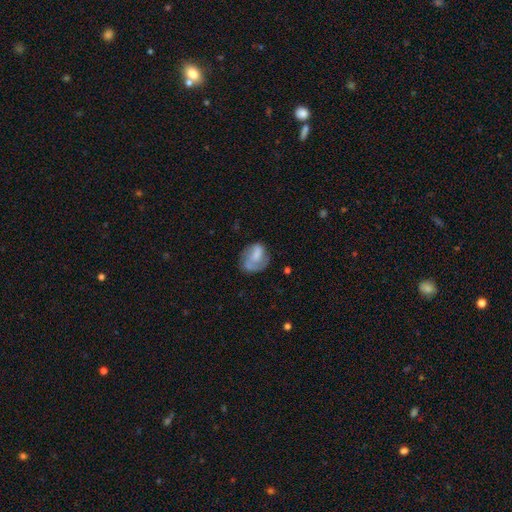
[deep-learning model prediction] A smooth galaxy with no disk features (50%). Merging: none (44%).